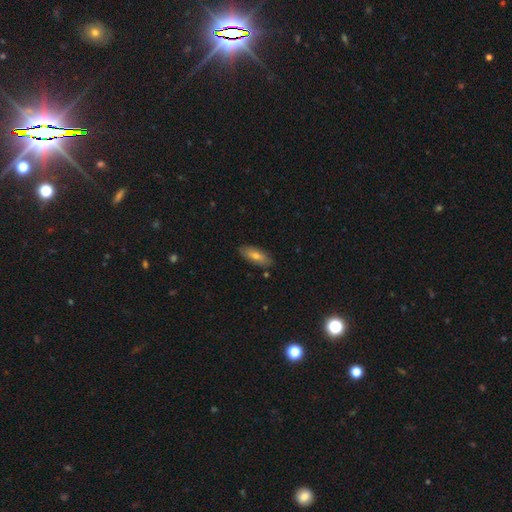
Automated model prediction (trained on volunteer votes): smooth-or-featured: smooth: 68% | featured or disk: 25% | star or artifact: 8%
  how-rounded: in between: 67% | cigar-shaped: 30% | round: 3%
  merging: none: 86% | minor disturbance: 10% | major disturbance: 2% | merger: 1%